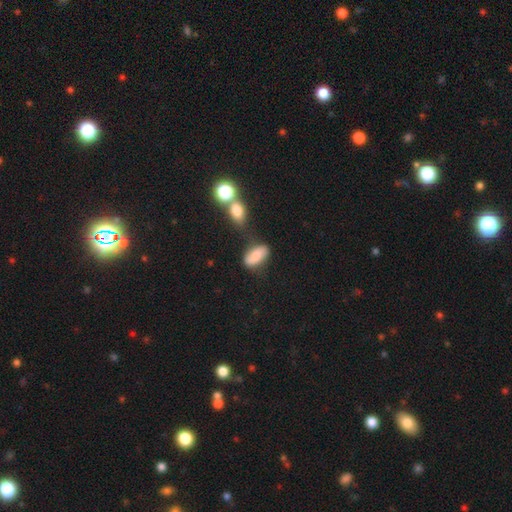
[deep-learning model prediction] Smooth or featured? smooth (70%)
How rounded? in between (88%)
Merging? none (60%)